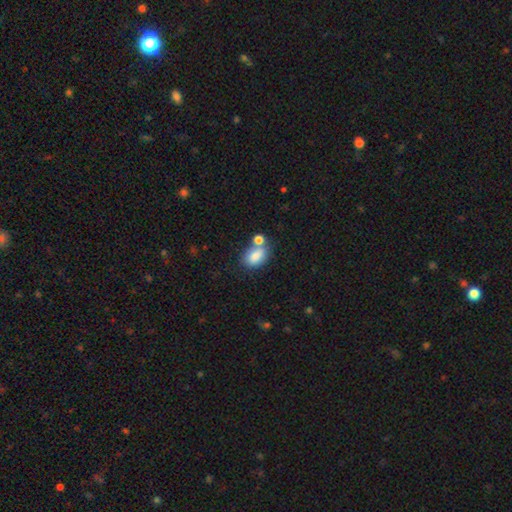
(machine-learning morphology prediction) Smooth or featured? smooth (82%)
How rounded? in between (84%)
Merging? none (48%)